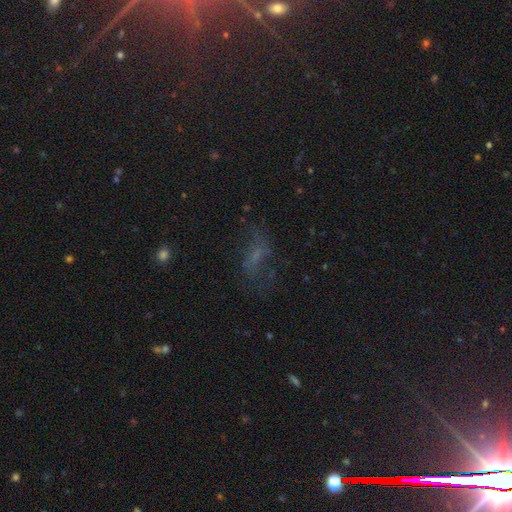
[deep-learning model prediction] Smooth or featured: featured or disk — 37% (smooth — 36%)
Merging: none — 49% (major disturbance — 28%)